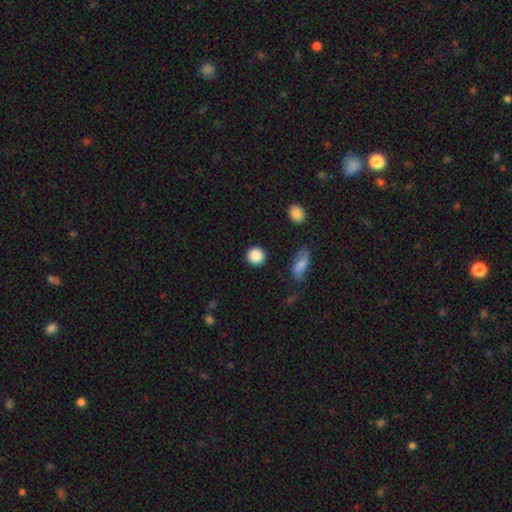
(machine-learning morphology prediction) A smooth galaxy with no disk features (87%) that is round (91%).

Vote fractions:
- Smooth or featured? smooth: 87% / star or artifact: 9% / featured or disk: 4%
- How rounded? round: 91% / in between: 8% / cigar-shaped: 1%
- Merging? none: 88% / minor disturbance: 7% / major disturbance: 3% / merger: 2%